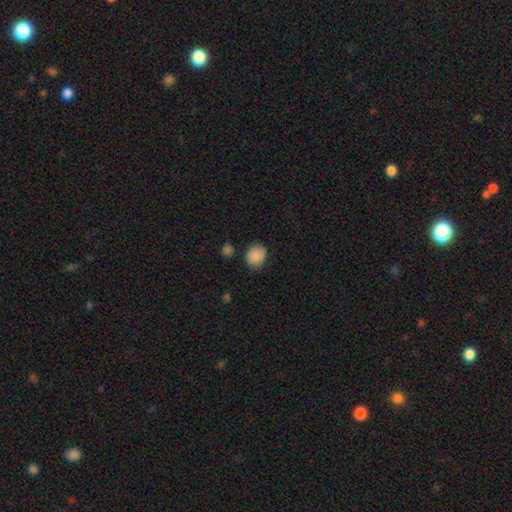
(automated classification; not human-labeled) This appears to be a smooth galaxy with no disk features (87%) that is round (68%). Merging: none (76%).